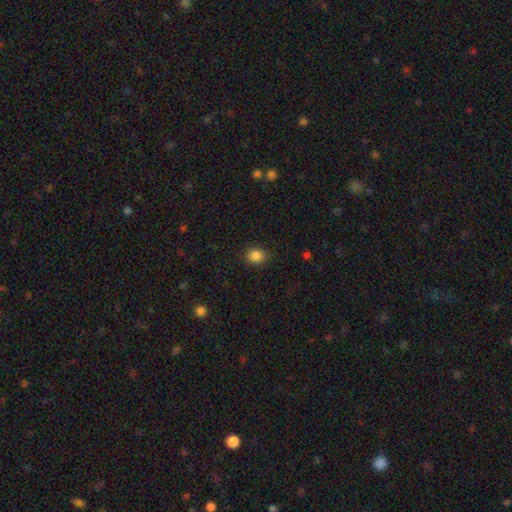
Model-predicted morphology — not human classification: Smooth or featured?
  - smooth: 86% *
  - star or artifact: 11%
  - featured or disk: 4%
How rounded?
  - round: 64% *
  - in between: 36%
  - cigar-shaped: 1%
Merging?
  - none: 88% *
  - minor disturbance: 8%
  - major disturbance: 3%
  - merger: 1%